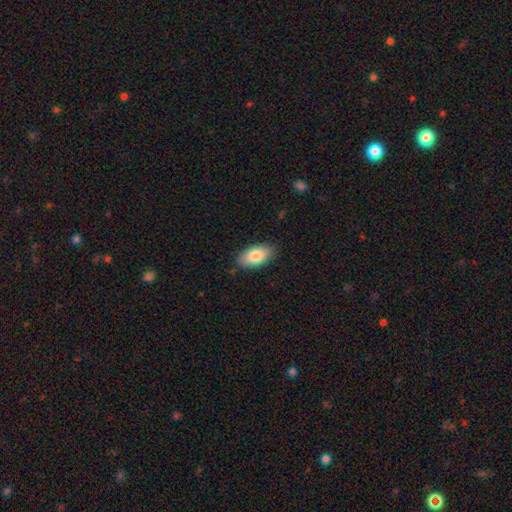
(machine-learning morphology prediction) A smooth galaxy with no disk features (82%) that is in between round and cigar-shaped (94%).

Vote fractions:
- Smooth or featured? smooth: 82% / featured or disk: 12% / star or artifact: 6%
- How rounded? in between: 94% / round: 3% / cigar-shaped: 3%
- Merging? none: 84% / minor disturbance: 12% / major disturbance: 2% / merger: 1%